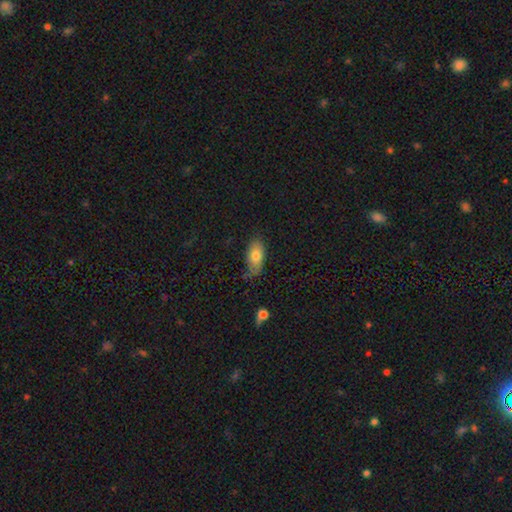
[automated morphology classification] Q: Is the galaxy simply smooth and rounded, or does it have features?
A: smooth — 78%.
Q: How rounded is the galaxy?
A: in between — 90%.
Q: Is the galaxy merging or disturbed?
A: none — 65%.